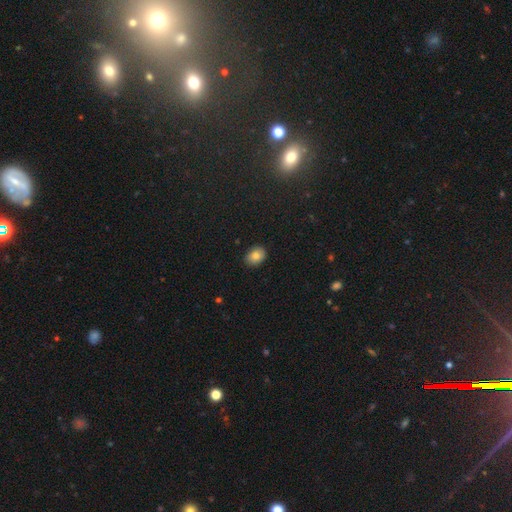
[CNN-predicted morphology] This appears to be a smooth galaxy with no disk features (81%) that is in between round and cigar-shaped (70%). Merging: none (88%).